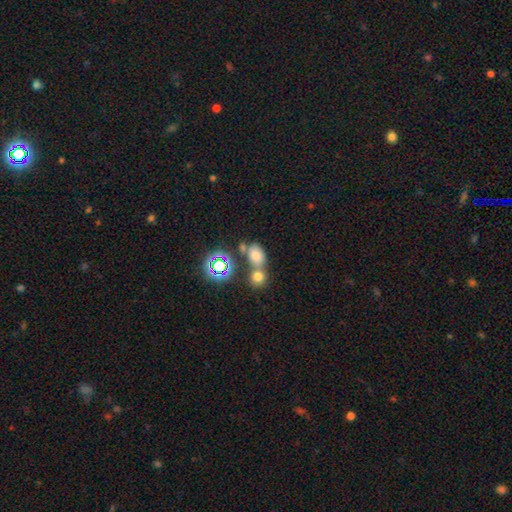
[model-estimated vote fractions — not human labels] Smooth or featured? Predicted: smooth (p=0.68). How rounded? Predicted: in between (p=0.69). Merging? Predicted: none (p=0.45).